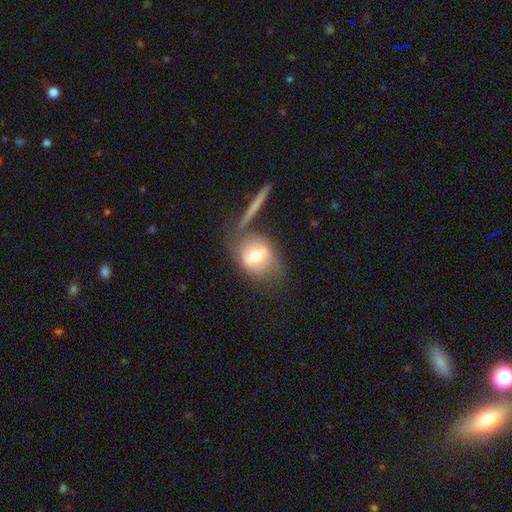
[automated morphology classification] This appears to be a smooth galaxy with no disk features (59%) that is round (62%). Merging: none (55%).